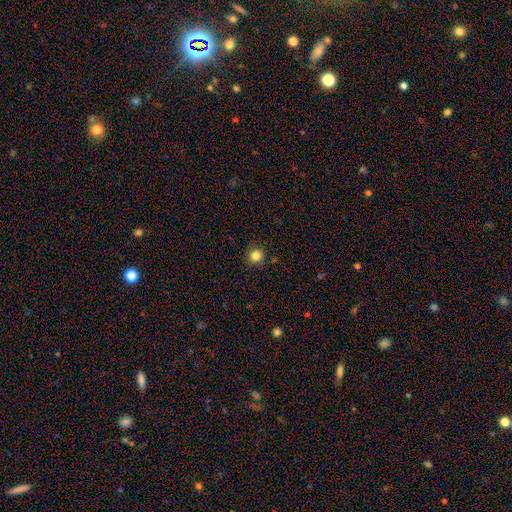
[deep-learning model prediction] smooth_or_featured: smooth (p=0.82) [alt: star or artifact p=0.13]
how_rounded: round (p=0.93) [alt: in between p=0.06]
merging: none (p=0.88) [alt: minor disturbance p=0.08]